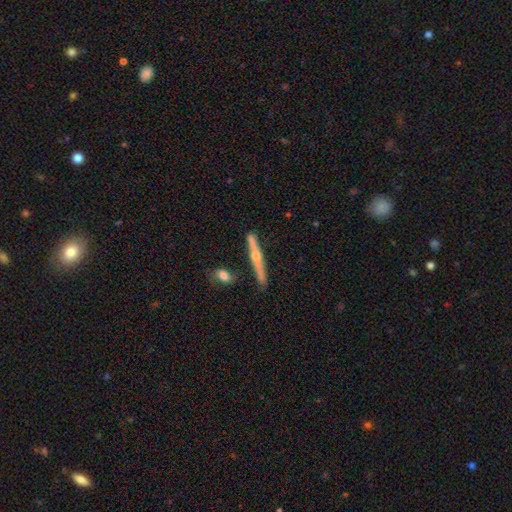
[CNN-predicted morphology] smooth-or-featured: featured or disk: 72% | smooth: 23% | star or artifact: 6%
  disk-edge-on: yes: 97% | no: 3%
    edge-on-bulge: rounded: 91% | none: 6% | boxy: 3%
  merging: none: 84% | minor disturbance: 10% | merger: 4% | major disturbance: 2%